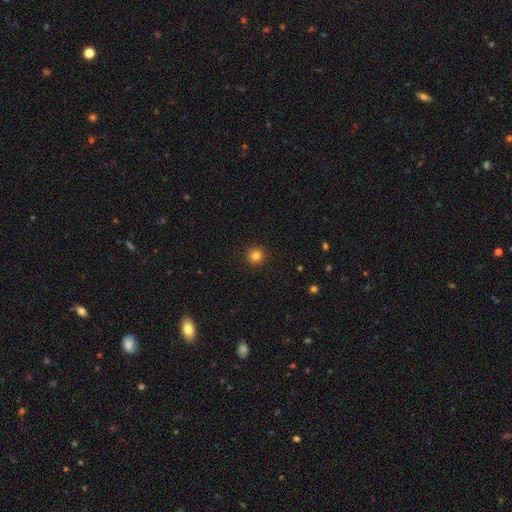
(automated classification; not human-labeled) A smooth galaxy with no disk features (82%) that is round (94%).

Vote fractions:
- Smooth or featured? smooth: 82% / star or artifact: 12% / featured or disk: 5%
- How rounded? round: 94% / in between: 5% / cigar-shaped: 1%
- Merging? none: 92% / minor disturbance: 5% / major disturbance: 2% / merger: 1%